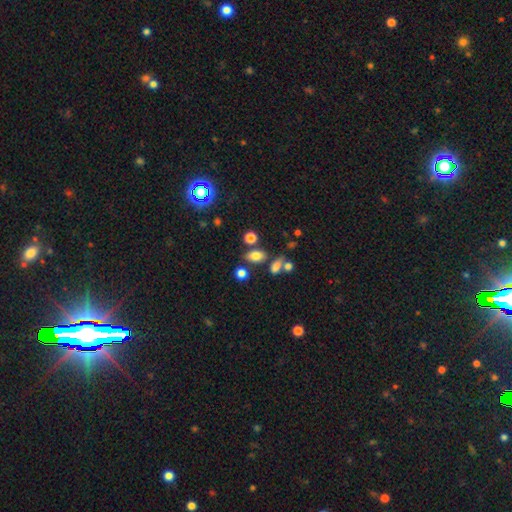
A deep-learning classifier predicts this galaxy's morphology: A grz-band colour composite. It shows a smooth galaxy with no disk features (75%) that is in between round and cigar-shaped (82%). Merging: none (71%).